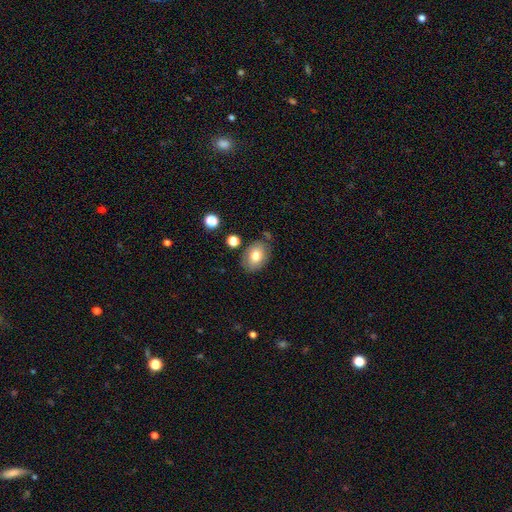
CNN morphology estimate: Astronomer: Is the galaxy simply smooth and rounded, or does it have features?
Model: smooth — 76%.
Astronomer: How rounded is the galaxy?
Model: in between — 77%.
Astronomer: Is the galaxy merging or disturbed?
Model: none — 75%.